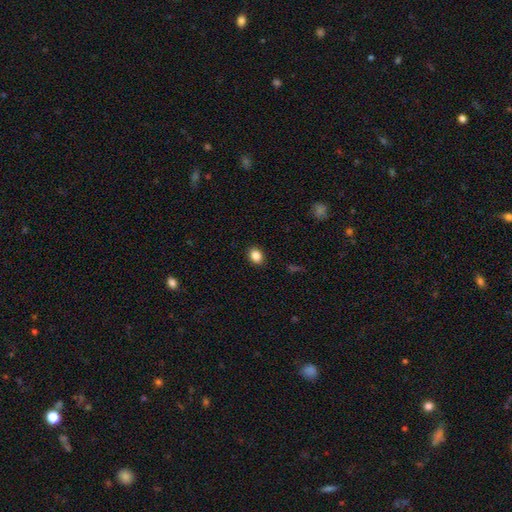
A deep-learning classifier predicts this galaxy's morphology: A smooth galaxy with no disk features (86%) that is in between round and cigar-shaped (58%).

Vote fractions:
- Smooth or featured? smooth: 86% / star or artifact: 9% / featured or disk: 4%
- How rounded? in between: 58% / round: 41% / cigar-shaped: 1%
- Merging? none: 90% / minor disturbance: 7% / major disturbance: 2% / merger: 1%